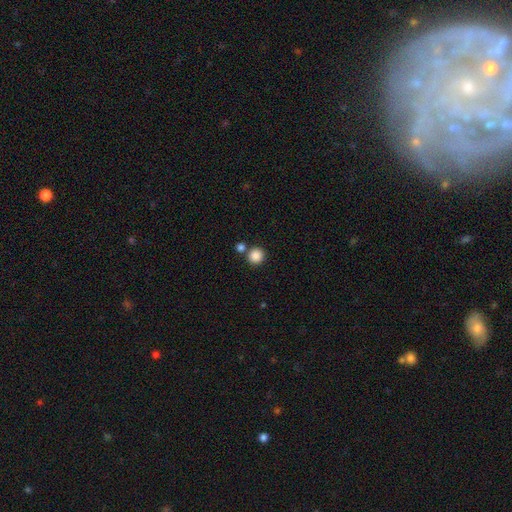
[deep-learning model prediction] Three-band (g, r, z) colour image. It shows a smooth galaxy with no disk features (87%) that is round (94%). Merging: none (74%).